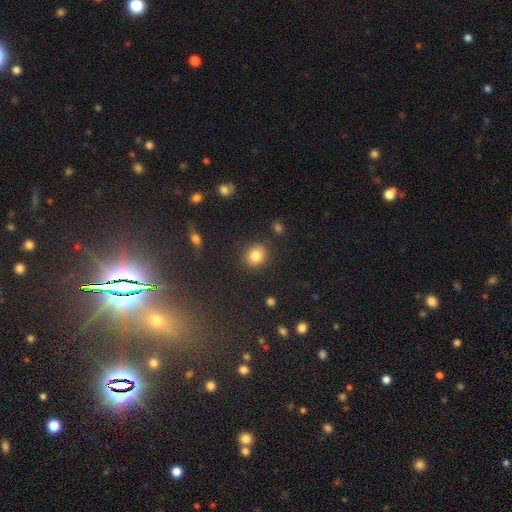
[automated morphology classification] smooth 84%, star or artifact 10%, featured or disk 6%. Down the decision tree: how rounded — round (72%); merging — none (84%).